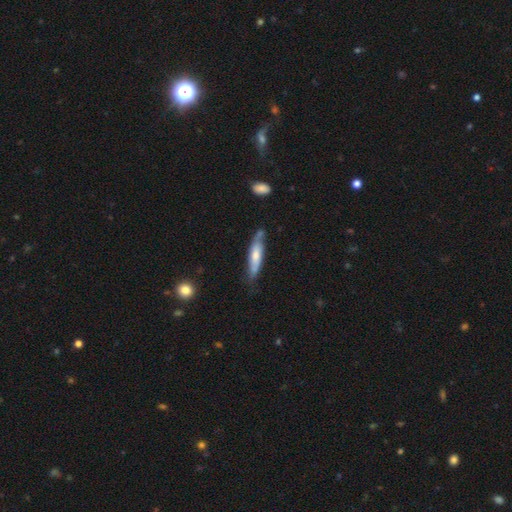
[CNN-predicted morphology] Q: Smooth or featured?
A: smooth (55%); runner-up: featured or disk (40%)
Q: How rounded?
A: cigar-shaped (74%); runner-up: in between (24%)
Q: Merging?
A: none (60%); runner-up: minor disturbance (26%)